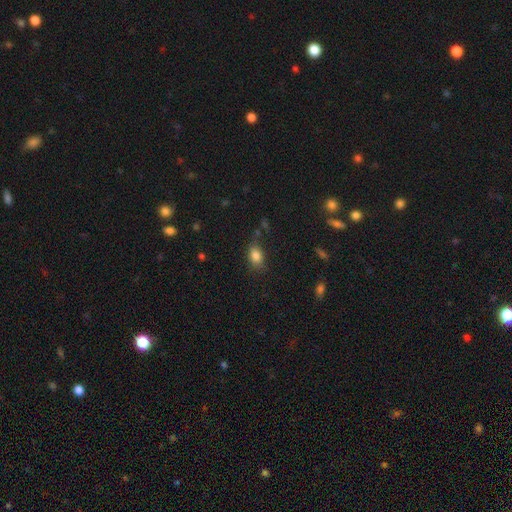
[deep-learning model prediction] Morphology: type=smooth (84%); roundness=in between (80%); merging=none (73%).